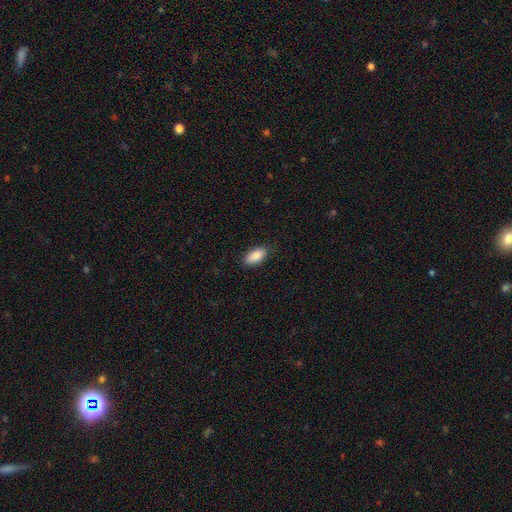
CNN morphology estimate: Overall: smooth (89%). How rounded: in between (91%). Merging: none (86%).